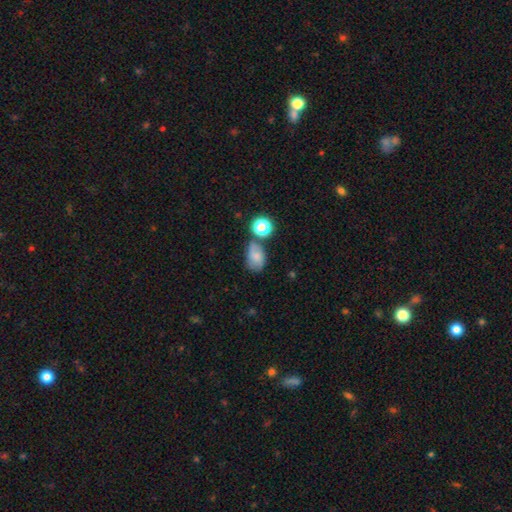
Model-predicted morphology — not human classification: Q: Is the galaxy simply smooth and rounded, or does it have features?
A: smooth — 68%.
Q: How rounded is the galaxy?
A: in between — 75%.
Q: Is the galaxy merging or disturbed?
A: none — 48%.